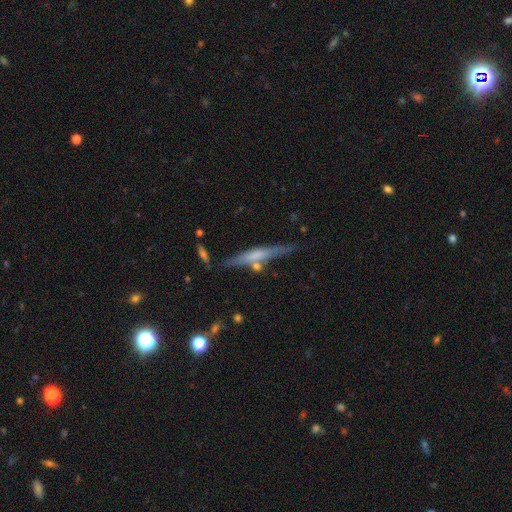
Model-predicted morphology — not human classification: Smooth or featured? featured or disk (51%)
Edge-on disk? yes (94%)
Merging? none (73%)